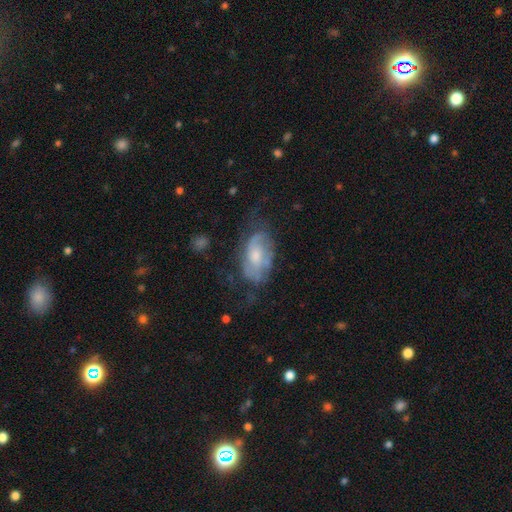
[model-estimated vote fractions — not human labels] This appears to be a featured or disk galaxy (61%) with no bar (65%), spiral arms (73%) and a moderate central bulge (52%). Merging: none (52%).